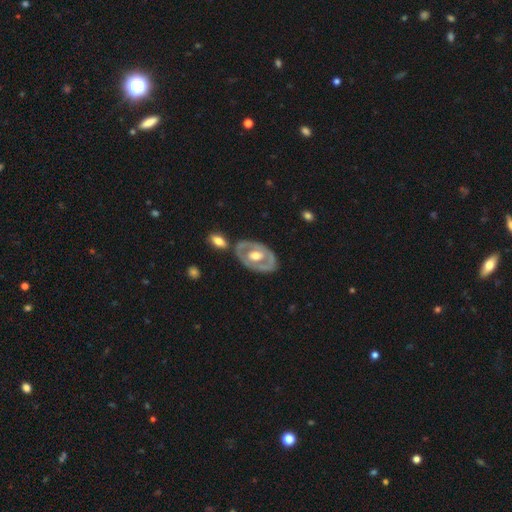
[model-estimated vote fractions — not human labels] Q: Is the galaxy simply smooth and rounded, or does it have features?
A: featured or disk — 69%.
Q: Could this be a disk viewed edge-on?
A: no — 92%.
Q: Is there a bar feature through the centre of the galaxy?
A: no — 65%.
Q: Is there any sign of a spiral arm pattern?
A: no — 70%.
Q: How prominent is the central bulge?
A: moderate — 69%.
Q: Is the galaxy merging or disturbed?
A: none — 70%.